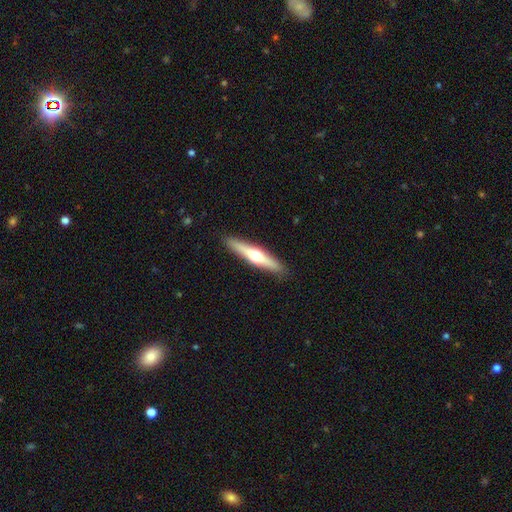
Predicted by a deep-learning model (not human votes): A featured or disk galaxy (55%) viewed edge-on (94%) with a rounded central bulge (92%).

Vote fractions:
- Smooth or featured? featured or disk: 55% / smooth: 39% / star or artifact: 5%
- Edge-on disk? yes: 94% / no: 6%
- Edge-on bulge? rounded: 92% / none: 5% / boxy: 3%
- Merging? none: 90% / minor disturbance: 7% / major disturbance: 2% / merger: 1%